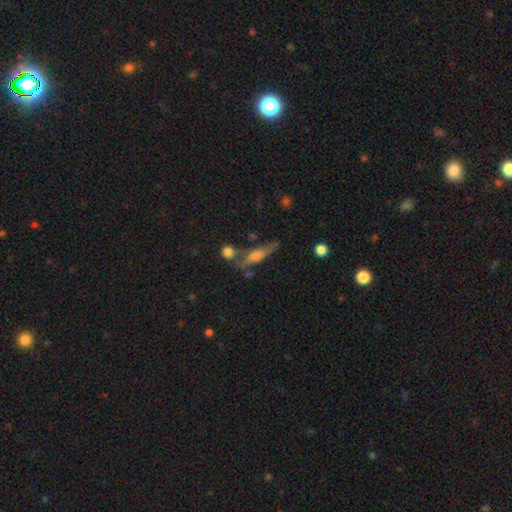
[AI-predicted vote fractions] Smooth or featured?
  - featured or disk: 46% *
  - smooth: 45%
  - star or artifact: 10%
Merging?
  - none: 51% *
  - merger: 19%
  - minor disturbance: 19%
  - major disturbance: 10%